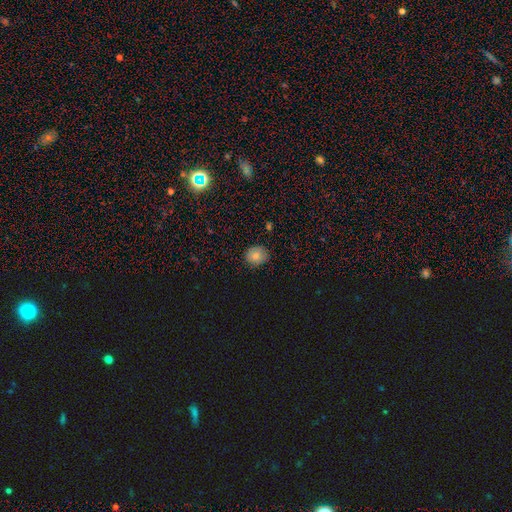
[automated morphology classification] Smooth or featured? Predicted: smooth (p=0.79). How rounded? Predicted: round (p=0.72). Merging? Predicted: none (p=0.83).